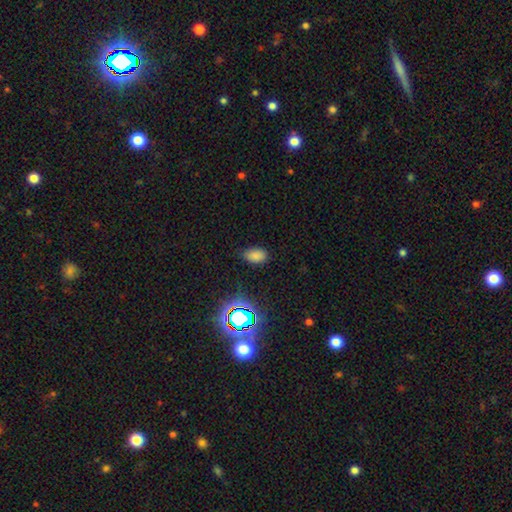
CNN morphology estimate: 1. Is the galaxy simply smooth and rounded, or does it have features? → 75% smooth, 20% star or artifact, 6% featured or disk.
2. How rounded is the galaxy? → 89% in between, 9% round, 2% cigar-shaped.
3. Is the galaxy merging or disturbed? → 78% none, 17% minor disturbance, 4% major disturbance, 1% merger.